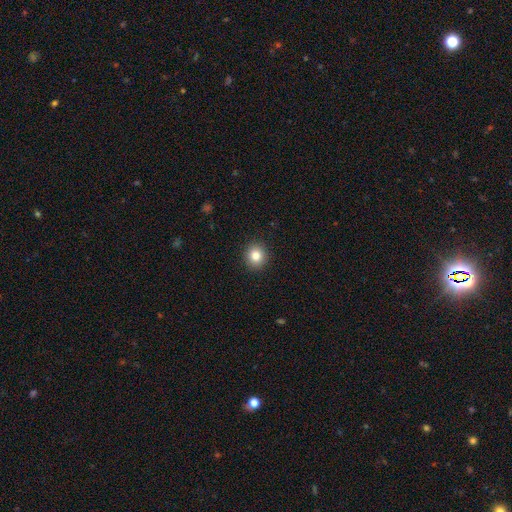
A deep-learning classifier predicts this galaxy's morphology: Smooth or featured? smooth (83%)
How rounded? round (88%)
Merging? none (92%)